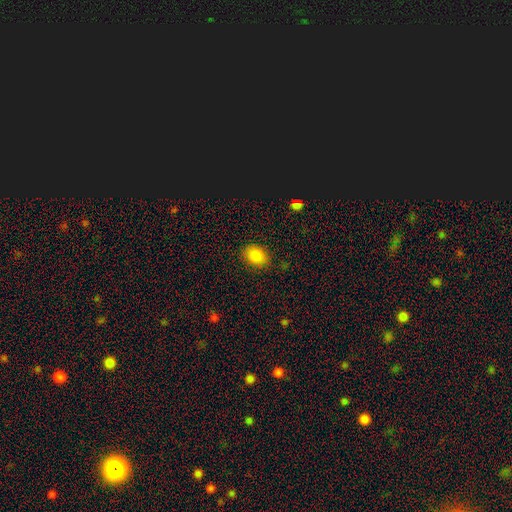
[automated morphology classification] This appears to be a smooth galaxy with no disk features (85%) that is in between round and cigar-shaped (68%). Merging: none (84%).